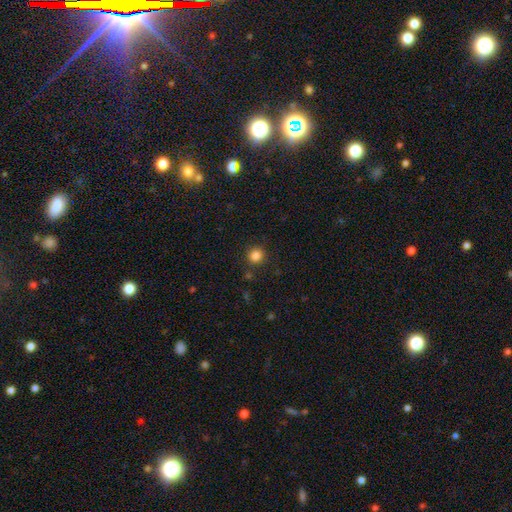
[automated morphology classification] A smooth galaxy with no disk features (84%) that is round (92%).

Vote fractions:
- Smooth or featured? smooth: 84% / star or artifact: 12% / featured or disk: 4%
- How rounded? round: 92% / in between: 7% / cigar-shaped: 1%
- Merging? none: 88% / minor disturbance: 7% / major disturbance: 2% / merger: 2%